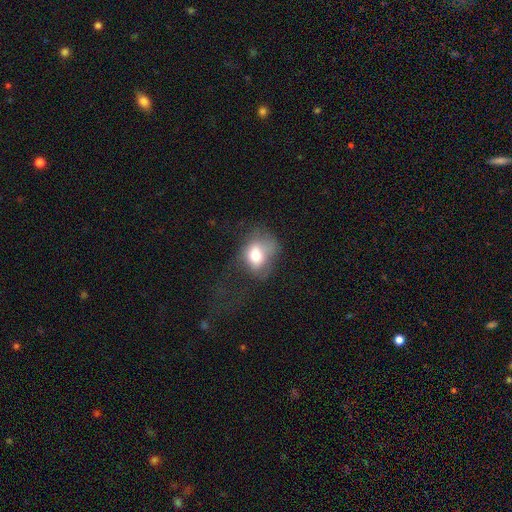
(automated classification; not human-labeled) smooth 69%, featured or disk 20%, star or artifact 10%. Down the decision tree: how rounded — in between (58%); merging — major disturbance (37%).